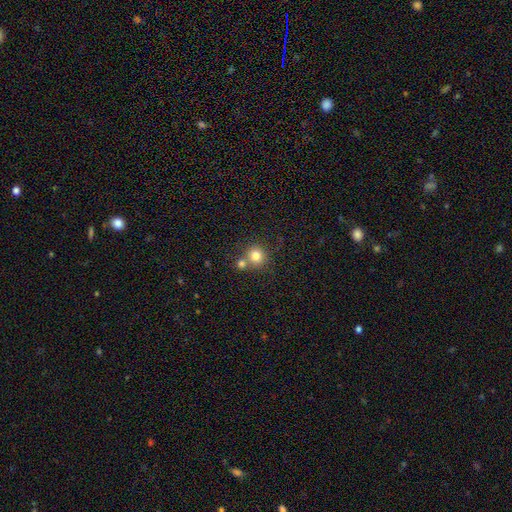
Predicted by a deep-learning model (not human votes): Smooth or featured? smooth (79%)
How rounded? round (92%)
Merging? none (59%)